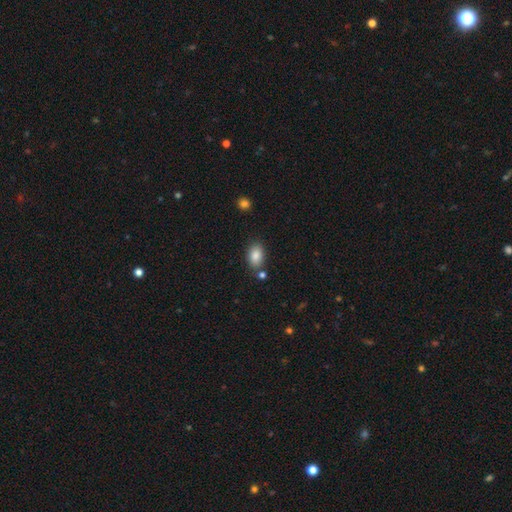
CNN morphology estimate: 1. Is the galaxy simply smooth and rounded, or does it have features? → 86% smooth, 8% star or artifact, 6% featured or disk.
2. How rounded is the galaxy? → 88% in between, 11% round, 1% cigar-shaped.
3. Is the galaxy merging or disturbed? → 77% none, 12% minor disturbance, 7% merger, 3% major disturbance.